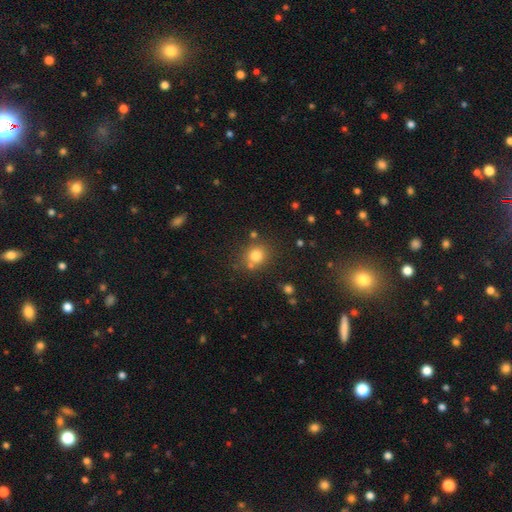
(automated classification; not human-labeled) Smooth or featured: smooth — 78% (star or artifact — 14%)
How rounded: round — 83% (in between — 16%)
Merging: none — 73% (merger — 12%)